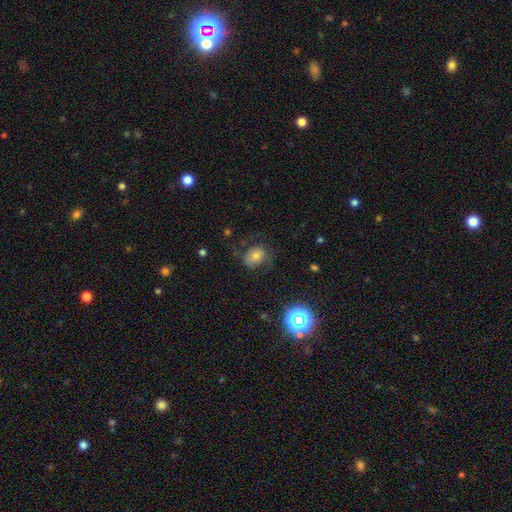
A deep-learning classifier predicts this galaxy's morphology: Overall: smooth (66%). How rounded: in between (60%; round 39%). Merging: none (62%; minor disturbance 23%).